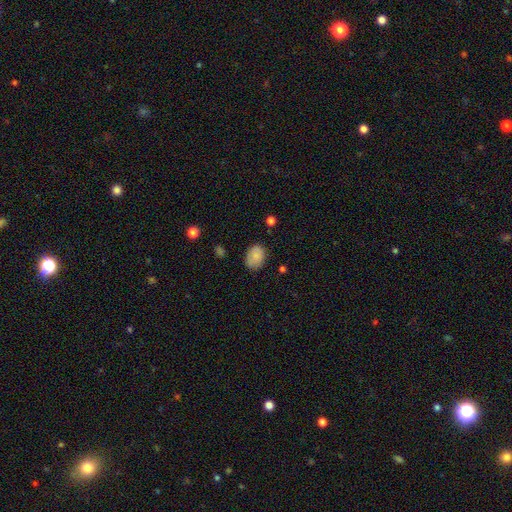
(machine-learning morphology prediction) smooth-or-featured: smooth: 86% | star or artifact: 8% | featured or disk: 6%
  how-rounded: in between: 72% | round: 27% | cigar-shaped: 1%
  merging: none: 77% | minor disturbance: 17% | major disturbance: 4% | merger: 2%